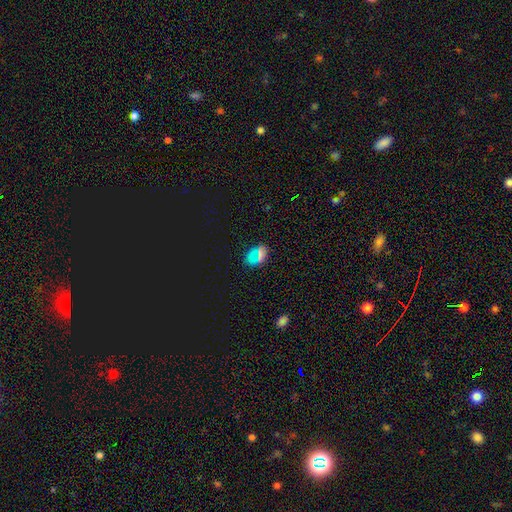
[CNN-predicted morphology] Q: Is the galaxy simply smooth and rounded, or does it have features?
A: smooth — 64%.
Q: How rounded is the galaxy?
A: in between — 74%.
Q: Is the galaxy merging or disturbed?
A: none — 85%.